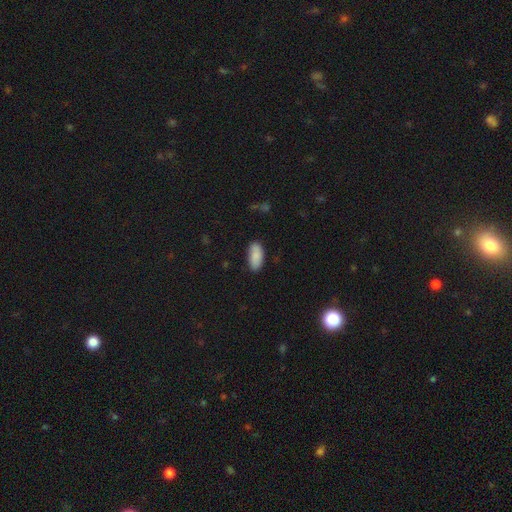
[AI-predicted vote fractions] A smooth galaxy with no disk features (87%) that is in between round and cigar-shaped (91%). Merging: none (83%).